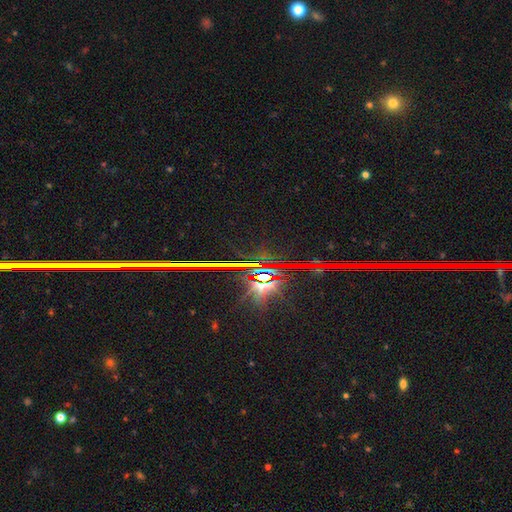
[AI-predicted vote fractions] Overall: star or artifact (85%).